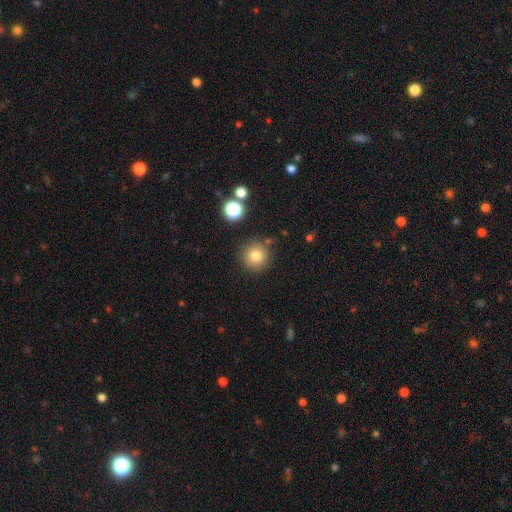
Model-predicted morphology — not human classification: A smooth galaxy with no disk features (79%) that is round (95%). Merging: none (84%).